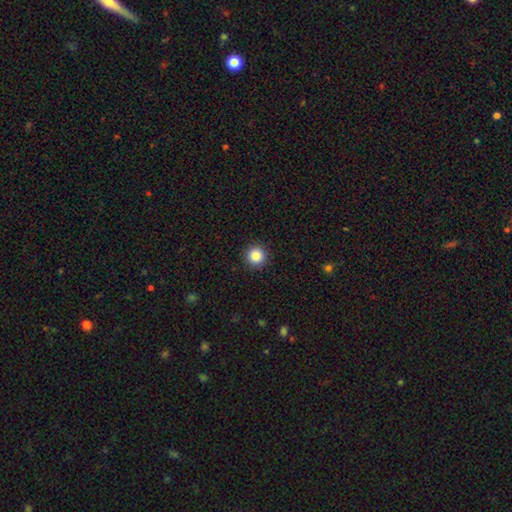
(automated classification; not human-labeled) Q: Smooth or featured?
A: smooth (86%); runner-up: star or artifact (10%)
Q: How rounded?
A: round (96%); runner-up: in between (3%)
Q: Merging?
A: none (93%); runner-up: minor disturbance (5%)